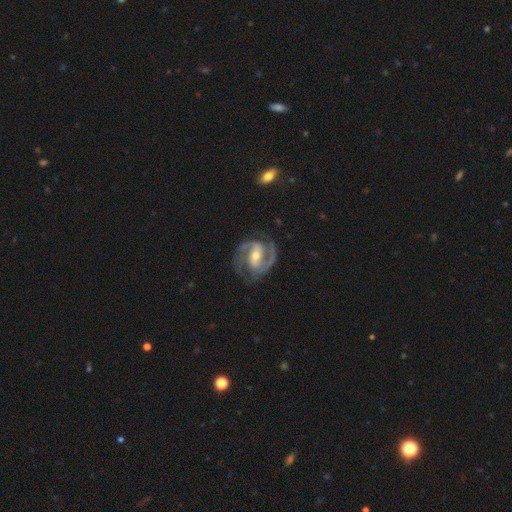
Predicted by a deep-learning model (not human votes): Morphology: type=featured or disk (91%); edge-on=no (98%); bar=weak (39%); spiral arms=yes (97%); winding=medium (56%); arm count=2 (90%); bulge=moderate (57%); merging=none (76%).